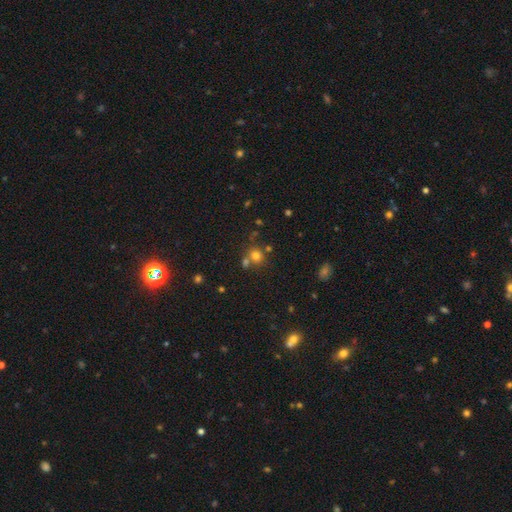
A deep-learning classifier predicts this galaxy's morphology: A smooth galaxy with no disk features (72%) that is round (84%).

Vote fractions:
- Smooth or featured? smooth: 72% / star or artifact: 19% / featured or disk: 9%
- How rounded? round: 84% / in between: 15% / cigar-shaped: 1%
- Merging? none: 59% / merger: 28% / minor disturbance: 9% / major disturbance: 4%